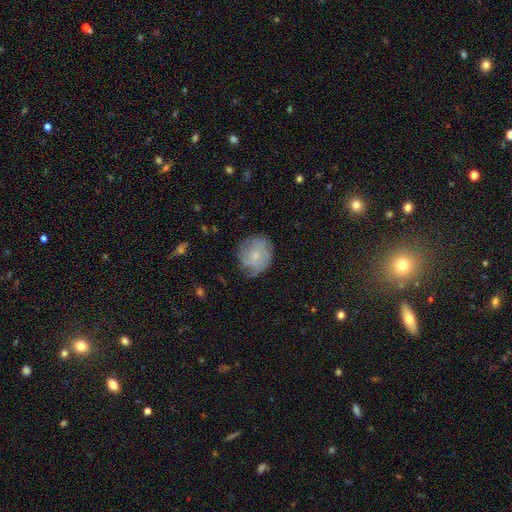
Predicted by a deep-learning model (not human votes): Morphology: type=featured or disk (49%); merging=none (64%).